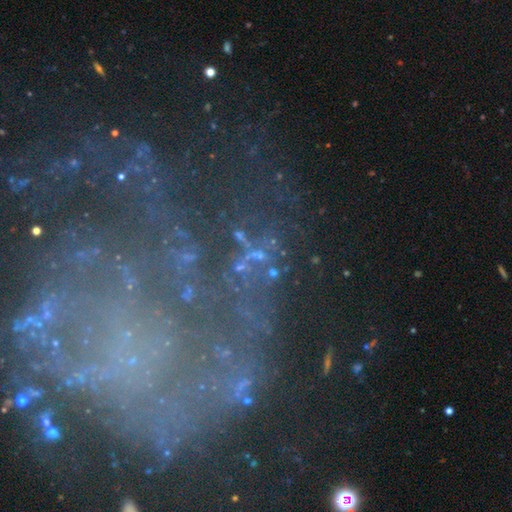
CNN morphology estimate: This is possibly a star or artifact rather than a galaxy (58%).